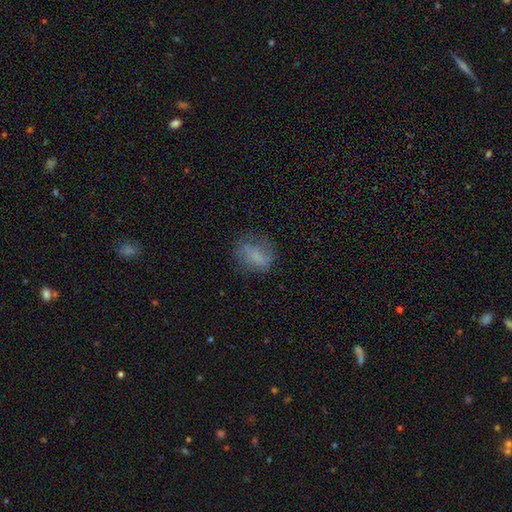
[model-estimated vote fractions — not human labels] smooth-or-featured: smooth: 65% | featured or disk: 23% | star or artifact: 12%
  how-rounded: in between: 60% | round: 37% | cigar-shaped: 3%
  merging: none: 64% | minor disturbance: 22% | major disturbance: 13% | merger: 2%